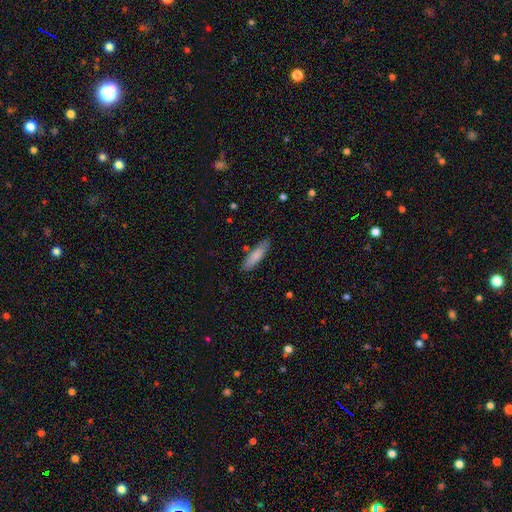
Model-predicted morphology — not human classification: Q: Smooth or featured?
A: smooth (82%); runner-up: featured or disk (13%)
Q: How rounded?
A: cigar-shaped (63%); runner-up: in between (36%)
Q: Merging?
A: none (84%); runner-up: minor disturbance (12%)